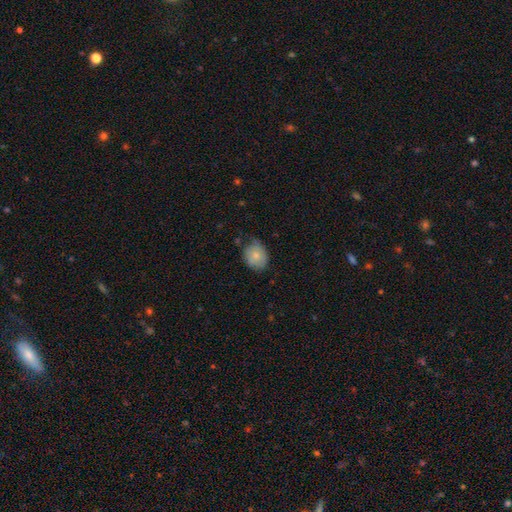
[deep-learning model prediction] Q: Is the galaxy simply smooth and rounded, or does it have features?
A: smooth — 78%.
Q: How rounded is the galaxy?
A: round — 57%.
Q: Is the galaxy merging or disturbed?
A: none — 57%.